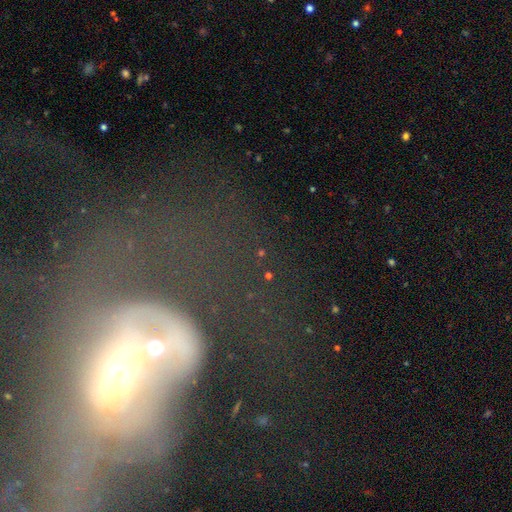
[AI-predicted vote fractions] Morphology: type=featured or disk (60%); edge-on=no (92%); bar=no (59%); spiral arms=no (57%); bulge=moderate (62%); merging=merger (42%).